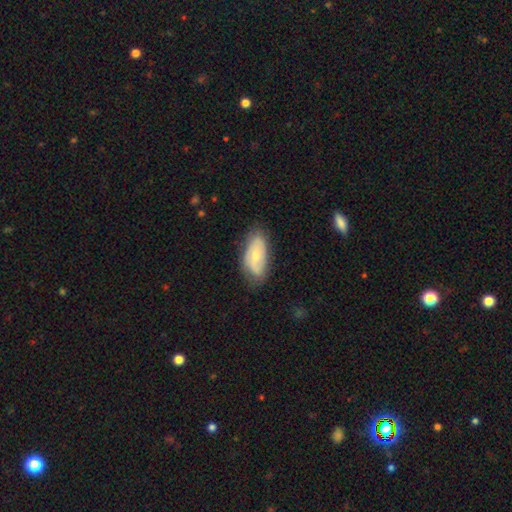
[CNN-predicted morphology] smooth-or-featured: featured or disk: 48% | smooth: 46% | star or artifact: 7%
  merging: none: 70% | minor disturbance: 23% | major disturbance: 6% | merger: 1%